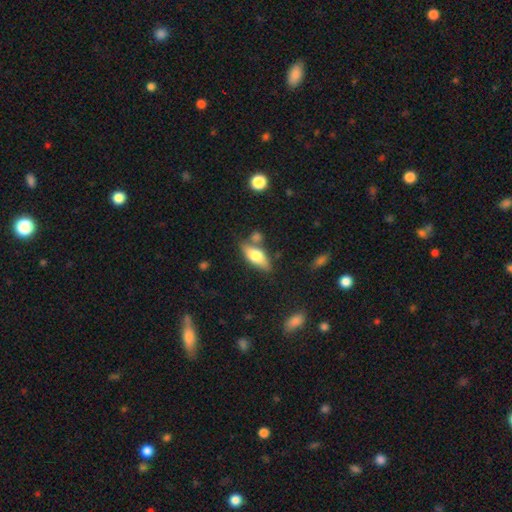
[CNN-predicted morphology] type=smooth (62%); roundness=in between (73%); merging=none (71%).